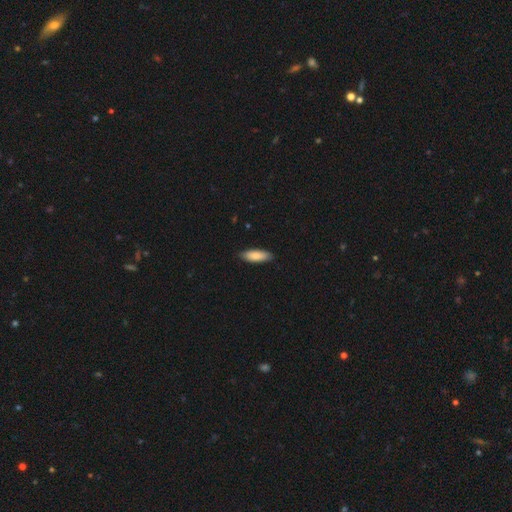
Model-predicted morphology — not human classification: smooth-or-featured: smooth: 84% | featured or disk: 11% | star or artifact: 5%
  how-rounded: in between: 60% | cigar-shaped: 38% | round: 2%
  merging: none: 87% | minor disturbance: 11% | major disturbance: 2% | merger: 1%